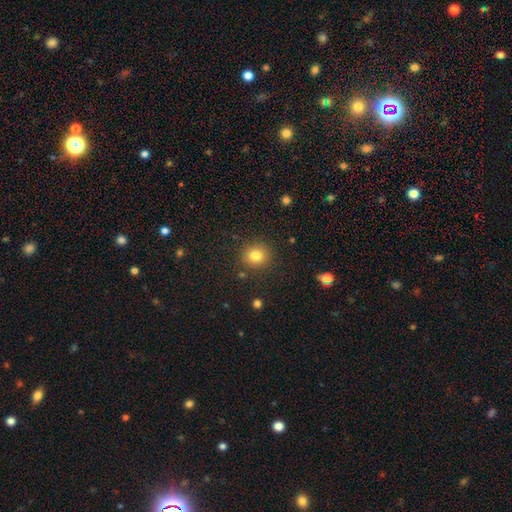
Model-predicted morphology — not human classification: This is clearly a smooth galaxy (81%). How rounded: clearly round (83%). Merging: clearly none (87%).